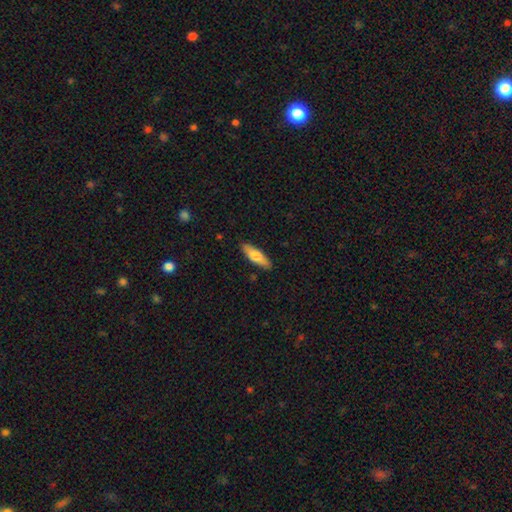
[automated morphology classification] This appears to be a smooth galaxy with no disk features (67%) that is cigar-shaped (50%). Merging: none (88%).